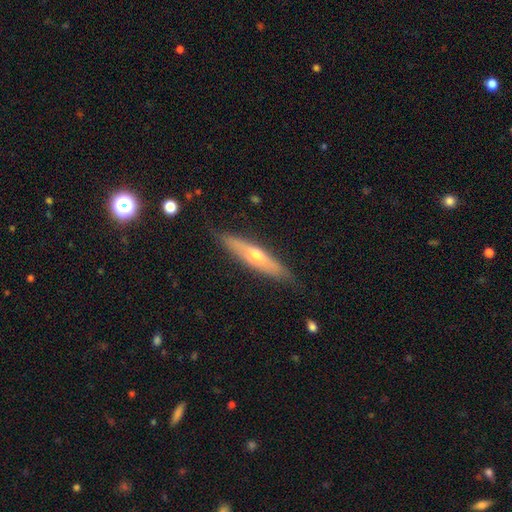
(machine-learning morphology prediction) type=featured or disk (50%); edge-on=yes (83%); merging=none (83%).